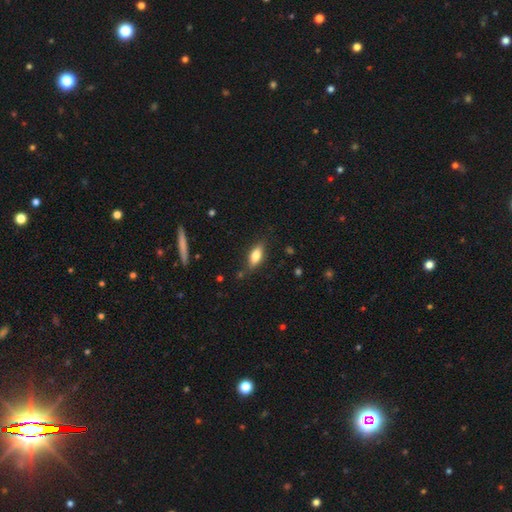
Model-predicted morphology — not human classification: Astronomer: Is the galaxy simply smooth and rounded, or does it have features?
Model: smooth — 71%.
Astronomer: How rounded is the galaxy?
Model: in between — 71%.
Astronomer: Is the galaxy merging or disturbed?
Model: none — 80%.